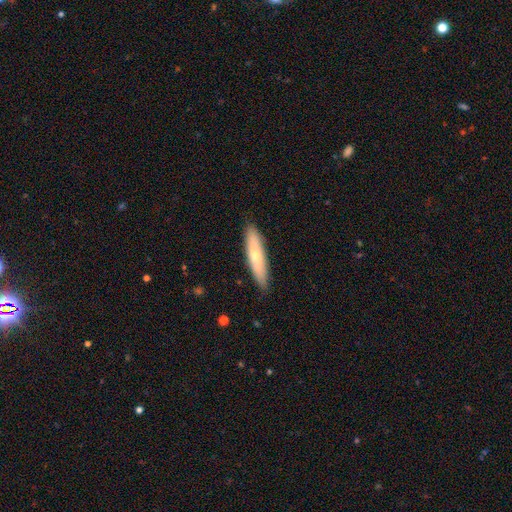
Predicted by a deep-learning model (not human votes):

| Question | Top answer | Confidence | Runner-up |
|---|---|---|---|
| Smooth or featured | smooth | 64% | featured or disk (30%) |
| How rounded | cigar-shaped | 78% | in between (20%) |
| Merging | none | 87% | minor disturbance (11%) |